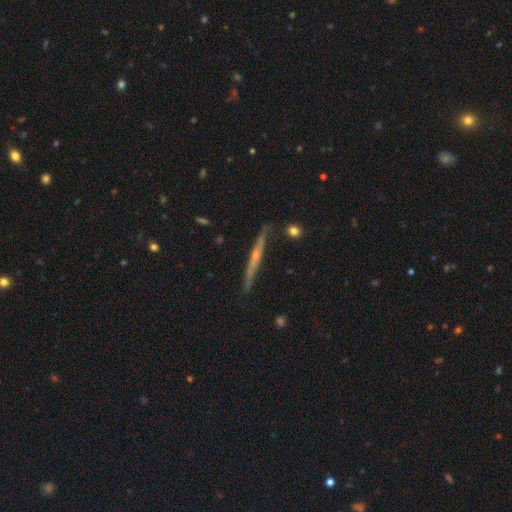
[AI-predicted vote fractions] Smooth or featured? Predicted: featured or disk (p=0.74). Edge-on disk? Predicted: yes (p=0.97). Edge-on bulge? Predicted: rounded (p=0.64). Merging? Predicted: none (p=0.84).